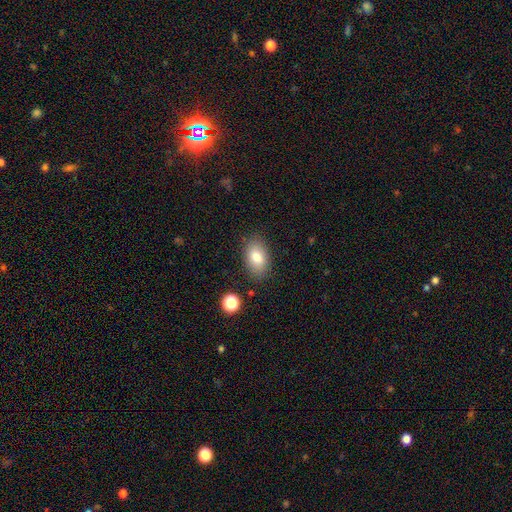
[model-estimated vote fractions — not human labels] Overall: smooth (81%). How rounded: in between (89%). Merging: none (85%).